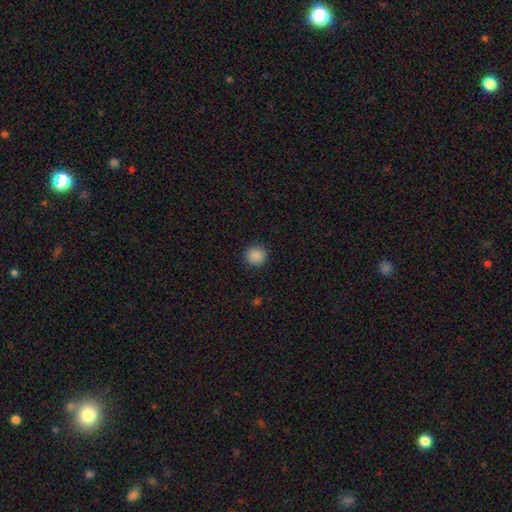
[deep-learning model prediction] The model was most divided on "smooth or featured": smooth: 88%, star or artifact: 10%, featured or disk: 3%. More confident: merging — none (91%); how rounded — round (91%).